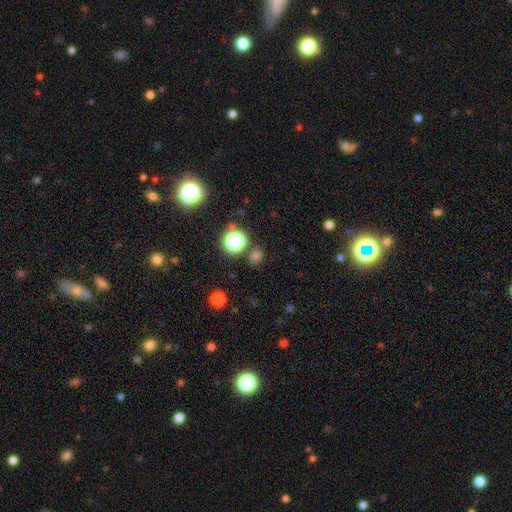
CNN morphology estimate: Smooth or featured? smooth (63%)
How rounded? round (77%)
Merging? none (81%)